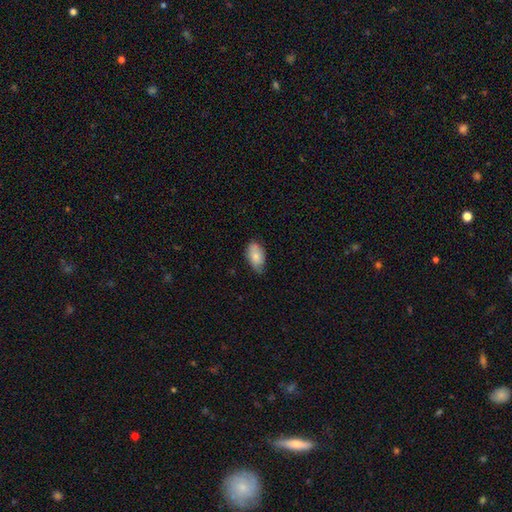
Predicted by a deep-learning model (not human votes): smooth-or-featured: smooth: 79% | featured or disk: 15% | star or artifact: 6%
  how-rounded: in between: 93% | round: 5% | cigar-shaped: 2%
  merging: none: 61% | minor disturbance: 33% | major disturbance: 5% | merger: 1%